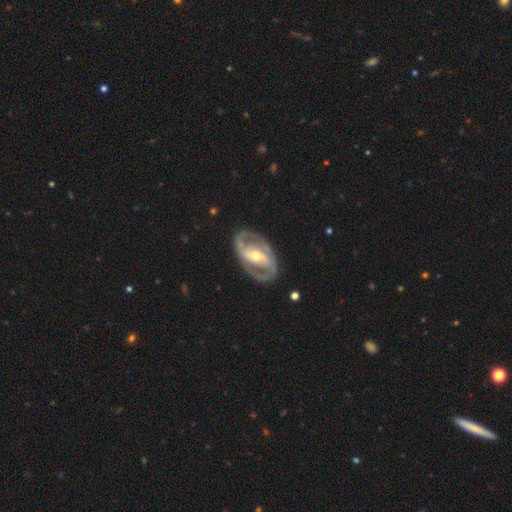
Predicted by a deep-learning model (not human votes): This is clearly a featured or disk galaxy (86%). It is clearly not viewed edge-on (95%). Bar: possibly strong (46%). Spiral arm pattern: clearly yes (85%). Spiral arm count: clearly 2 (86%). Spiral winding: possibly medium (47%). Central bulge: likely moderate (62%). Merging: clearly none (81%).